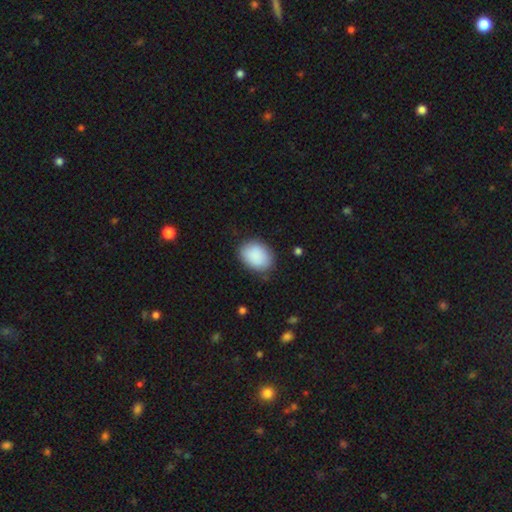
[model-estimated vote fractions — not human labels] A smooth galaxy with no disk features (89%) that is in between round and cigar-shaped (71%).

Vote fractions:
- Smooth or featured? smooth: 89% / star or artifact: 6% / featured or disk: 4%
- How rounded? in between: 71% / round: 28% / cigar-shaped: 1%
- Merging? none: 82% / minor disturbance: 13% / major disturbance: 3% / merger: 1%